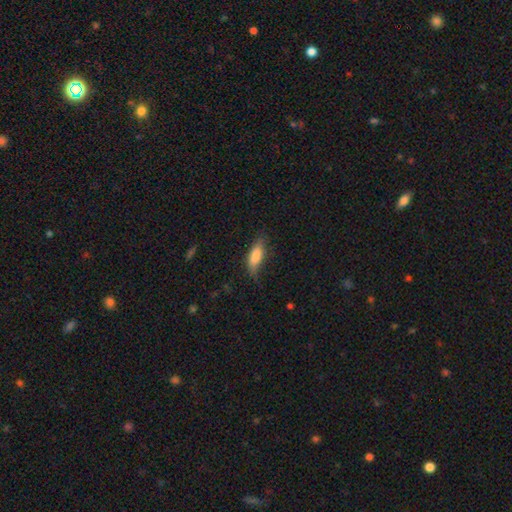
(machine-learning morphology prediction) The model was most divided on "how rounded": in between: 66%, cigar-shaped: 31%, round: 2%. More confident: smooth or featured — smooth (80%); merging — none (65%).